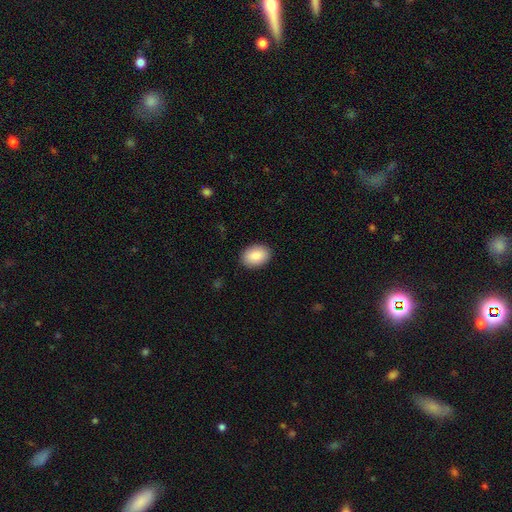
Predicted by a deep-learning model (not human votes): A smooth galaxy with no disk features (87%) that is in between round and cigar-shaped (79%).

Vote fractions:
- Smooth or featured? smooth: 87% / featured or disk: 7% / star or artifact: 7%
- How rounded? in between: 79% / round: 20% / cigar-shaped: 1%
- Merging? none: 90% / minor disturbance: 7% / major disturbance: 2% / merger: 1%